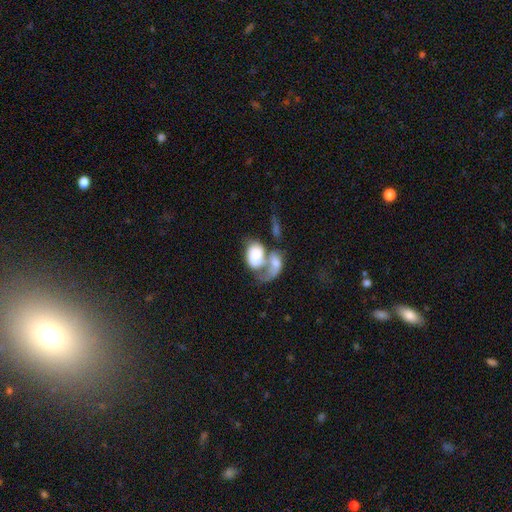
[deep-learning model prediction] smooth-or-featured: smooth: 66% | featured or disk: 27% | star or artifact: 7%
  how-rounded: in between: 83% | round: 16% | cigar-shaped: 1%
  merging: merger: 65% | major disturbance: 18% | none: 10% | minor disturbance: 7%